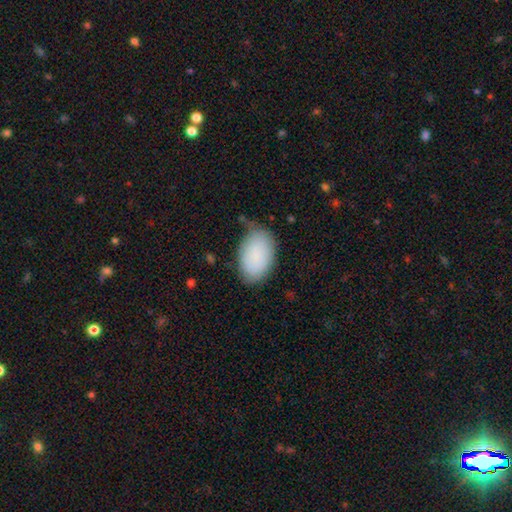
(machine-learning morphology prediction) This is clearly a smooth galaxy (86%). How rounded: clearly in between (92%). Merging: likely none (69%).